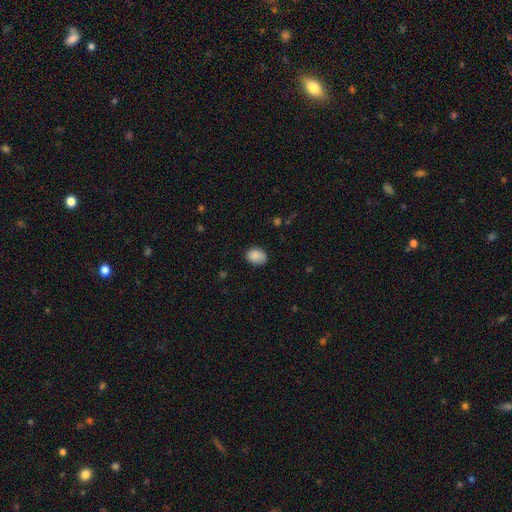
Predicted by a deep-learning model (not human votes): smooth_or_featured: smooth (p=0.86) [alt: star or artifact p=0.08]
how_rounded: in between (p=0.56) [alt: round p=0.43]
merging: none (p=0.74) [alt: minor disturbance p=0.20]